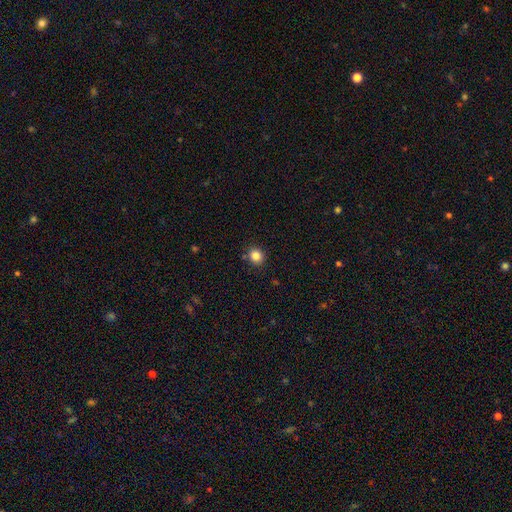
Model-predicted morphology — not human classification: Smooth or featured: smooth — 84% (star or artifact — 12%)
How rounded: round — 84% (in between — 15%)
Merging: none — 85% (minor disturbance — 9%)